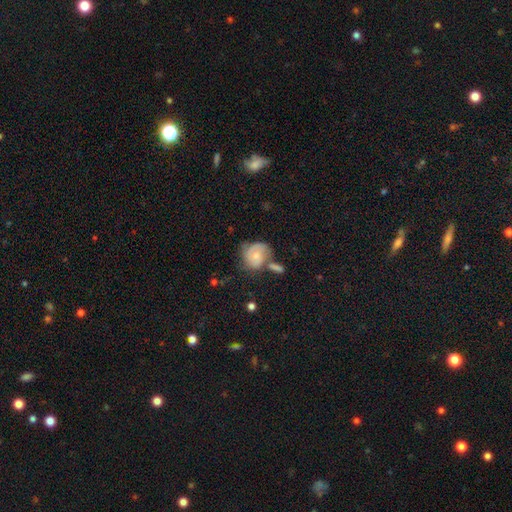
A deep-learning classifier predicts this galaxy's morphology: featured or disk 47%, smooth 46%, star or artifact 7%. Down the decision tree: merging — none (39%).